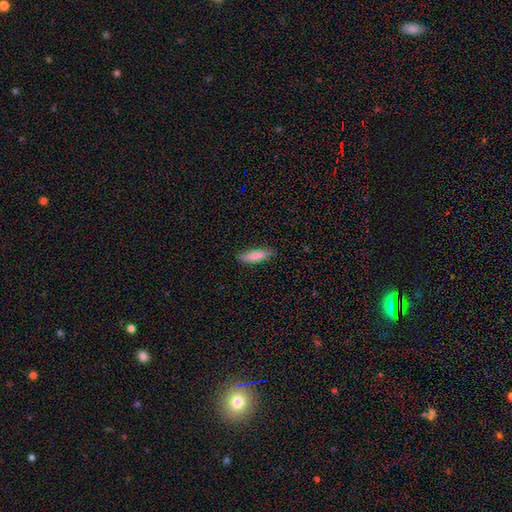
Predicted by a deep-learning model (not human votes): Morphology: type=smooth (83%); roundness=cigar-shaped (65%); merging=none (84%).